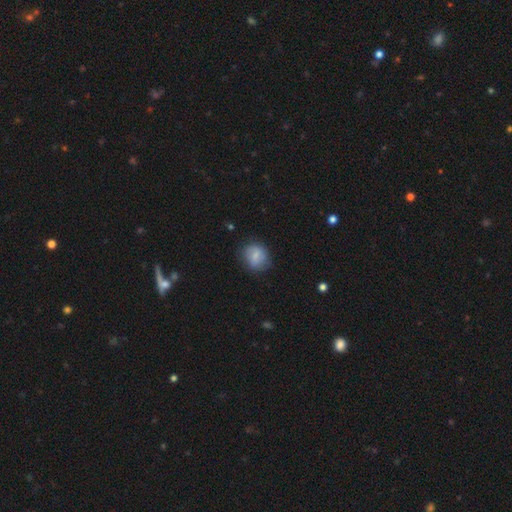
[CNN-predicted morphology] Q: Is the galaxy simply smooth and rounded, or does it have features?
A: smooth — 66%.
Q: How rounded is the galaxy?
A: round — 72%.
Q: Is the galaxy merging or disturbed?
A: none — 74%.